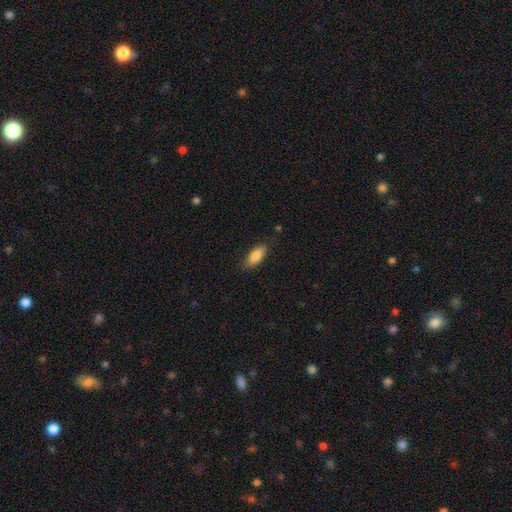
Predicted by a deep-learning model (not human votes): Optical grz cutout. It shows a smooth galaxy with no disk features (84%) that is in between round and cigar-shaped (81%). Merging: none (82%).